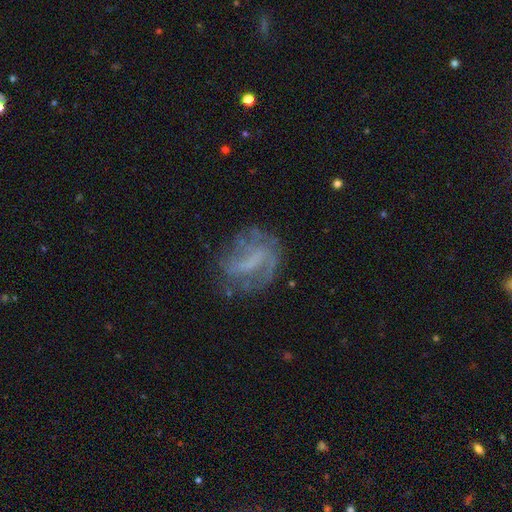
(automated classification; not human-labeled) Q: Smooth or featured?
A: featured or disk (67%); runner-up: smooth (19%)
Q: Edge-on disk?
A: no (96%); runner-up: yes (4%)
Q: Bar?
A: weak (39%); runner-up: strong (35%)
Q: Spiral arms?
A: yes (72%); runner-up: no (28%)
Q: Bulge size?
A: none (59%); runner-up: small (25%)
Q: Merging?
A: none (61%); runner-up: minor disturbance (20%)